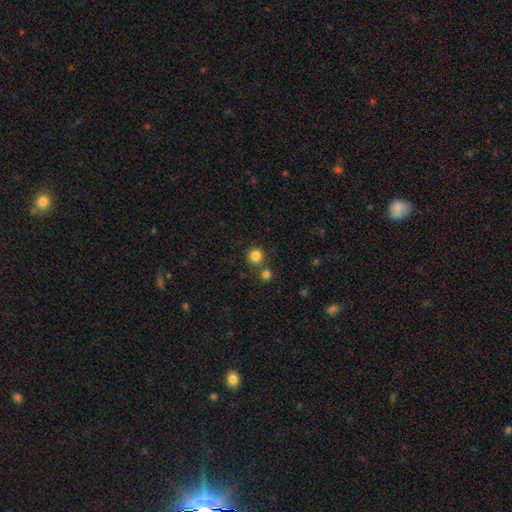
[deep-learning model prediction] Q: Smooth or featured?
A: smooth (82%); runner-up: star or artifact (13%)
Q: How rounded?
A: round (93%); runner-up: in between (6%)
Q: Merging?
A: none (73%); runner-up: merger (17%)